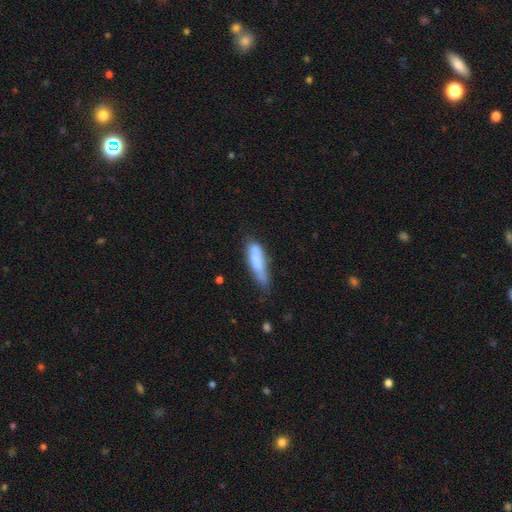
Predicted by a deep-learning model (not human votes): Overall: smooth (76%). How rounded: cigar-shaped (66%; in between 32%). Merging: none (45%; minor disturbance 38%).